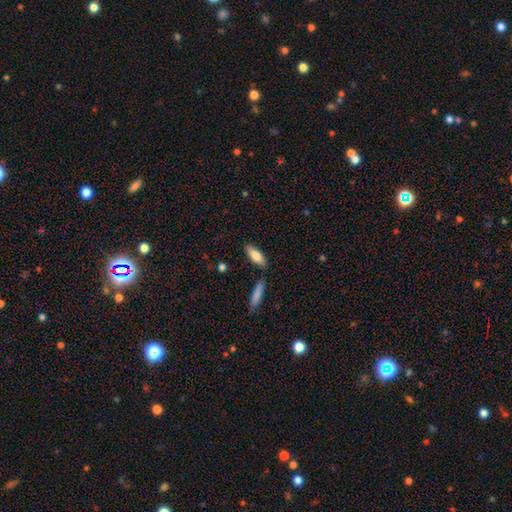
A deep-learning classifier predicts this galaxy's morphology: type=smooth (80%); roundness=in between (61%); merging=none (78%).